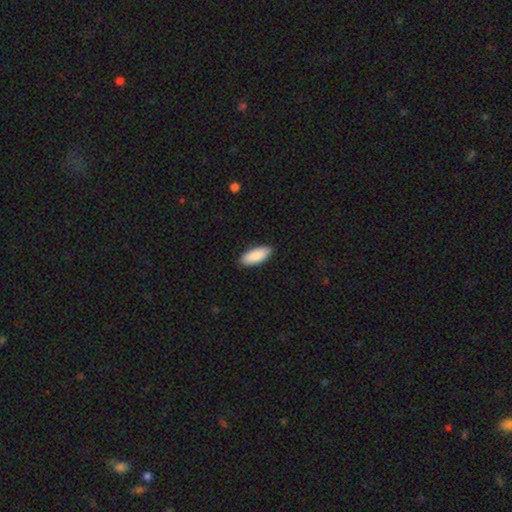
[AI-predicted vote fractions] Morphology: type=smooth (90%); roundness=in between (80%); merging=none (89%).